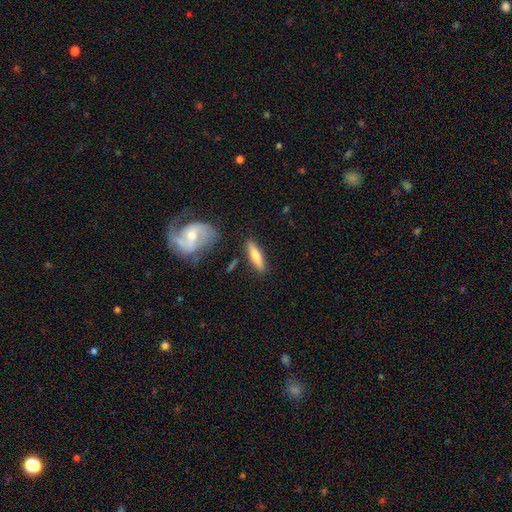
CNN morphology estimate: Q: Smooth or featured?
A: smooth (63%); runner-up: featured or disk (32%)
Q: How rounded?
A: cigar-shaped (64%); runner-up: in between (33%)
Q: Merging?
A: none (83%); runner-up: minor disturbance (10%)